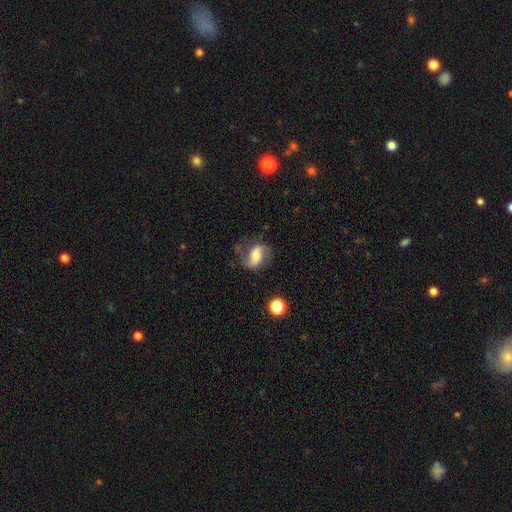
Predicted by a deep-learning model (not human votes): This appears to be a featured or disk galaxy (60%) with a weak bar (37%), 2 (87%) loose (55%) spiral arms (88%) and a moderate central bulge (46%). Merging: none (65%).